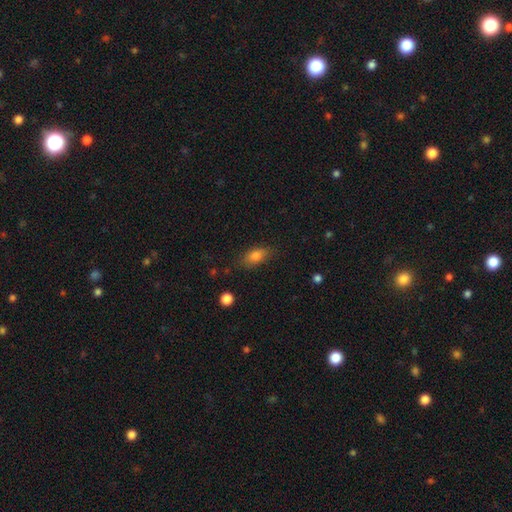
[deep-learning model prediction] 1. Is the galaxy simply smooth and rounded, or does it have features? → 79% smooth, 12% featured or disk, 9% star or artifact.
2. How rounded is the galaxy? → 84% in between, 9% cigar-shaped, 7% round.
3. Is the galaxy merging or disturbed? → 76% none, 17% minor disturbance, 4% major disturbance, 2% merger.